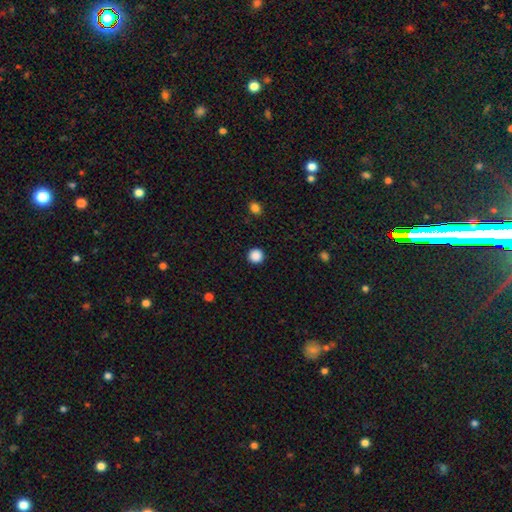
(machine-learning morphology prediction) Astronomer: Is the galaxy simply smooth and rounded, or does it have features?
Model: smooth — 88%.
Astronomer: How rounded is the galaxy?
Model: round — 96%.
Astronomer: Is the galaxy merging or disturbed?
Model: none — 93%.